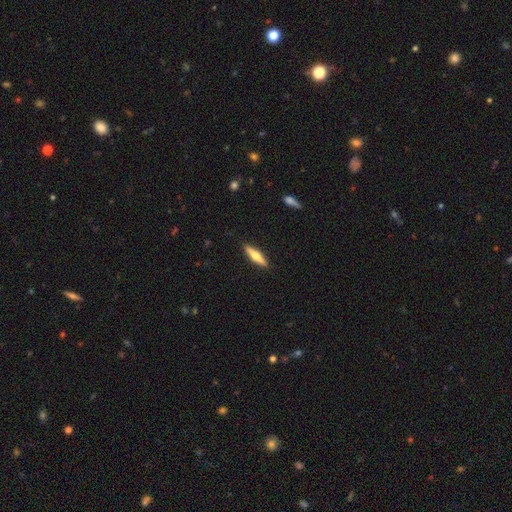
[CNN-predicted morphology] This appears to be a featured or disk galaxy (50%). Merging: none (90%).